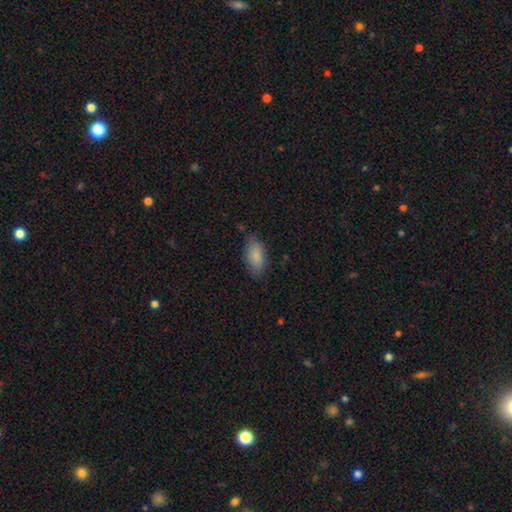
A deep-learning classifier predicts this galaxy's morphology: This is clearly a smooth galaxy (84%). How rounded: clearly in between (91%). Merging: likely none (77%).